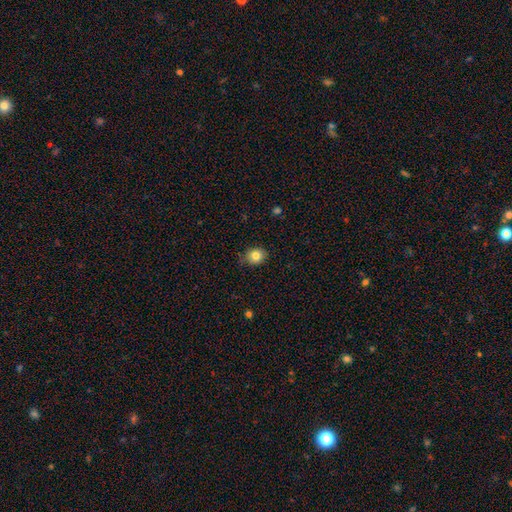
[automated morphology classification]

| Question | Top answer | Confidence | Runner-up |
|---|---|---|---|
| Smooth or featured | smooth | 82% | star or artifact (10%) |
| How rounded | round | 68% | in between (31%) |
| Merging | none | 80% | minor disturbance (16%) |